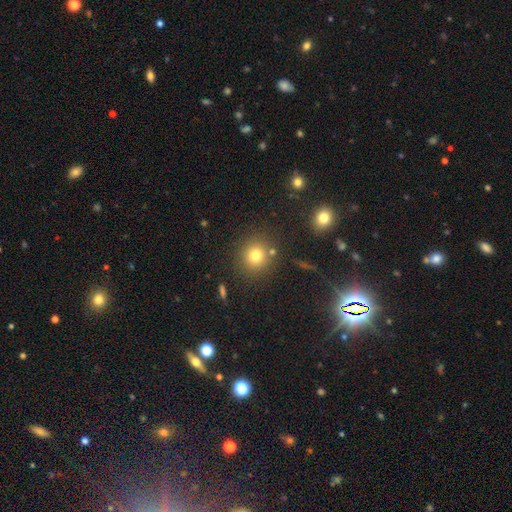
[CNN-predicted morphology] Q: Smooth or featured?
A: smooth (76%); runner-up: star or artifact (15%)
Q: How rounded?
A: round (90%); runner-up: in between (9%)
Q: Merging?
A: none (82%); runner-up: minor disturbance (8%)